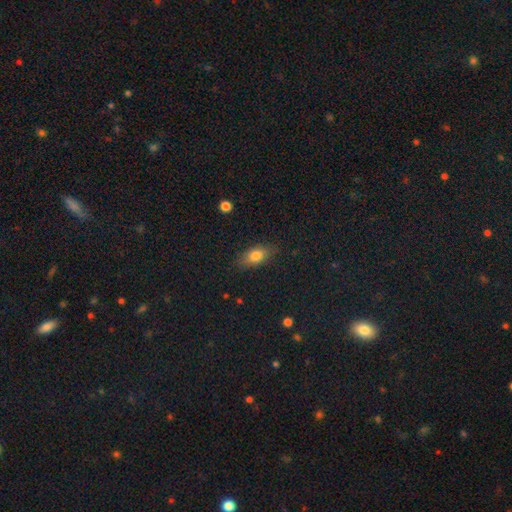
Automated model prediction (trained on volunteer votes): Q: Smooth or featured?
A: smooth (76%); runner-up: featured or disk (14%)
Q: How rounded?
A: in between (82%); runner-up: cigar-shaped (10%)
Q: Merging?
A: none (82%); runner-up: minor disturbance (13%)